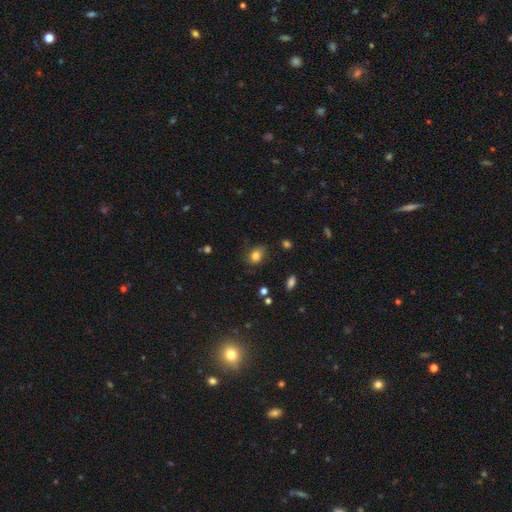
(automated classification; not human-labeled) This is likely a smooth galaxy (79%). How rounded: possibly in between (57%). Merging: likely none (69%).